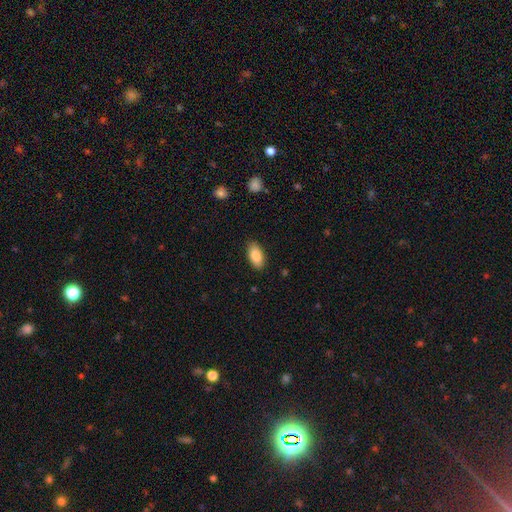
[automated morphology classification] Smooth or featured? smooth (85%)
How rounded? in between (92%)
Merging? none (87%)